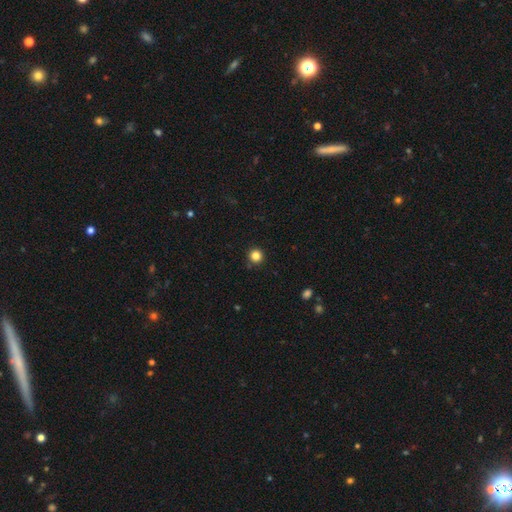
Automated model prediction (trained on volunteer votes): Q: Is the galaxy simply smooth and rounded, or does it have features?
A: smooth — 84%.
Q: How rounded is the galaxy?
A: round — 96%.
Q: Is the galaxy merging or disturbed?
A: none — 92%.